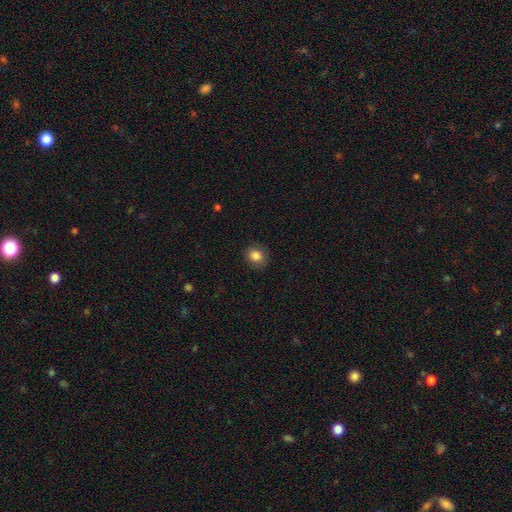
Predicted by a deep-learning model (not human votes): smooth 84%, star or artifact 10%, featured or disk 6%. Down the decision tree: how rounded — round (79%); merging — none (85%).